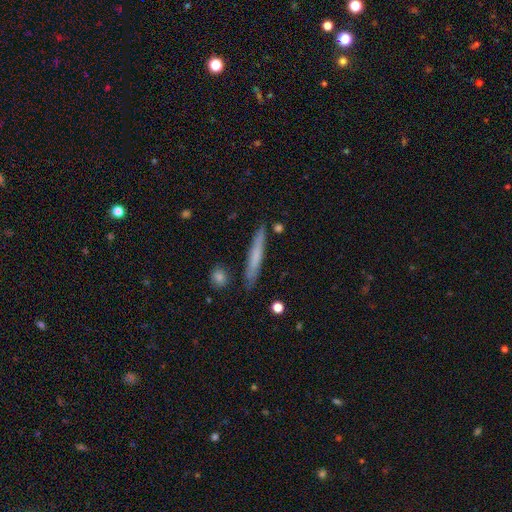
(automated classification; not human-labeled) Smooth or featured? Predicted: smooth (p=0.61). How rounded? Predicted: cigar-shaped (p=0.95). Merging? Predicted: none (p=0.86).